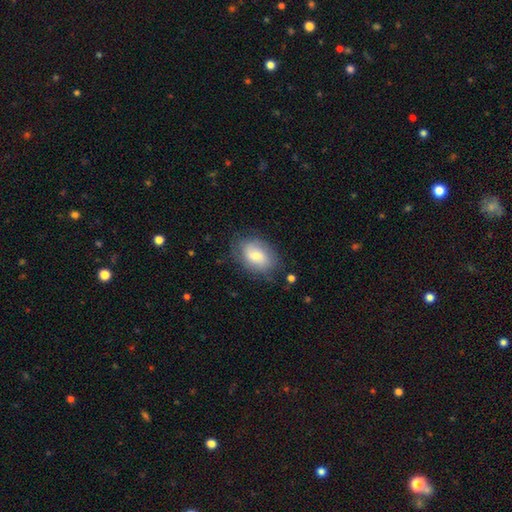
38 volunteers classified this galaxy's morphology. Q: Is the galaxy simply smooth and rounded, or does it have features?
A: smooth — 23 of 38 (61%).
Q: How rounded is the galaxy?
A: in between — 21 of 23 (91%).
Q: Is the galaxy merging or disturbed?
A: none — 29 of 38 (76%).